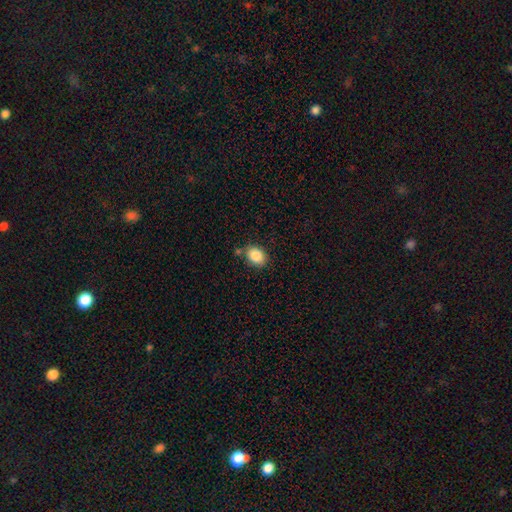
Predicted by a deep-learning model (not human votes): Overall: smooth (86%). How rounded: in between (63%; round 36%). Merging: none (75%).